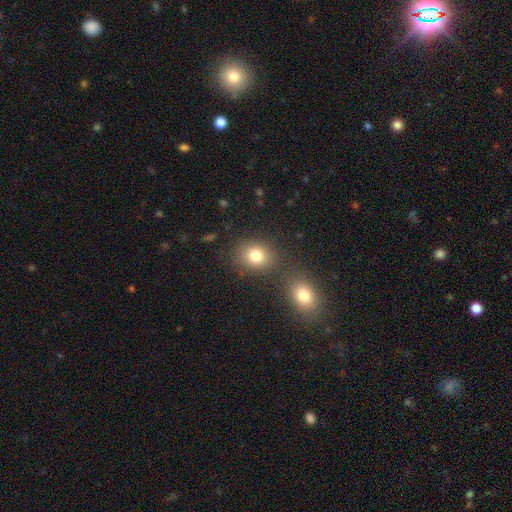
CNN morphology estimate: The model was most divided on "how rounded": round: 61%, in between: 38%, cigar-shaped: 1%. More confident: smooth or featured — smooth (80%); merging — none (69%).